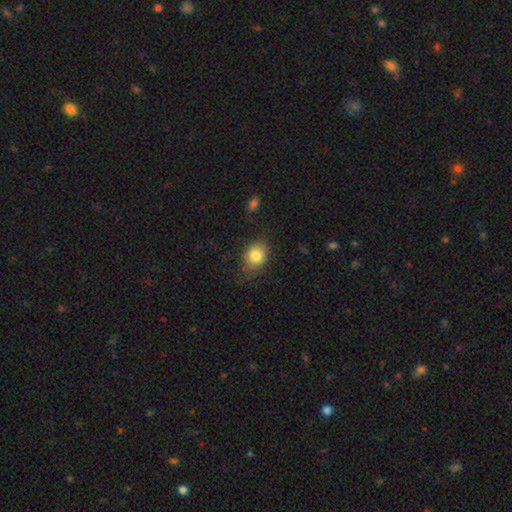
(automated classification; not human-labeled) The model was most divided on "how rounded": round: 50%, in between: 49%, cigar-shaped: 1%. More confident: smooth or featured — smooth (82%); merging — none (71%).